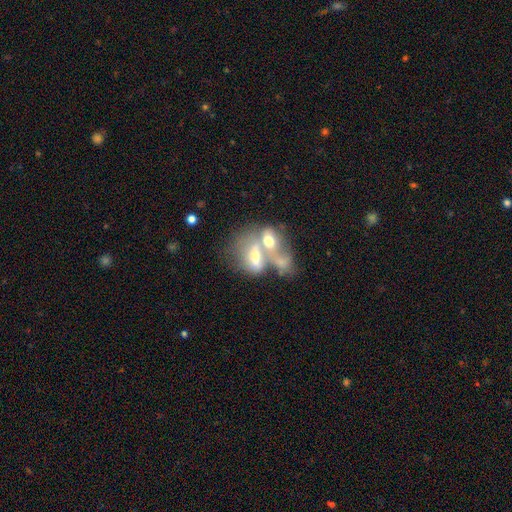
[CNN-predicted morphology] A featured or disk galaxy (49%). Merging: merger (69%).